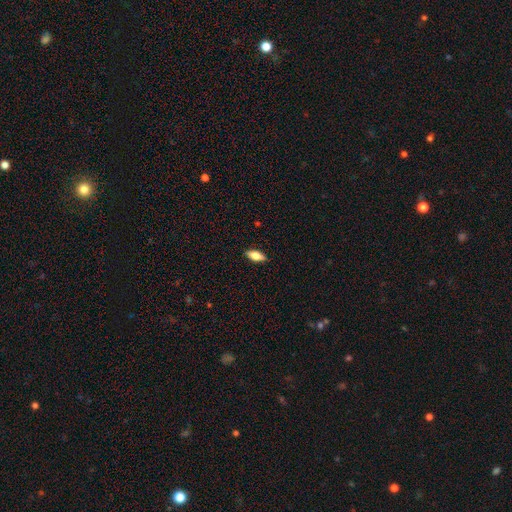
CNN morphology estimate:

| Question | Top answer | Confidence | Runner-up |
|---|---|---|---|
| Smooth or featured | smooth | 71% | featured or disk (22%) |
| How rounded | in between | 81% | cigar-shaped (17%) |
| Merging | none | 88% | minor disturbance (9%) |